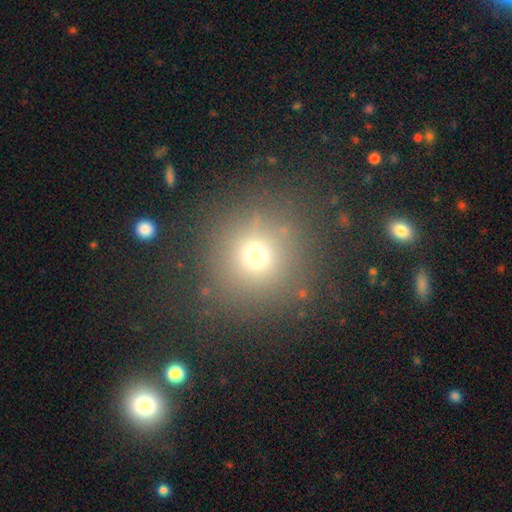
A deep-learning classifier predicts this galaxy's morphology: This is likely a smooth galaxy (69%). How rounded: clearly round (94%). Merging: clearly none (85%).